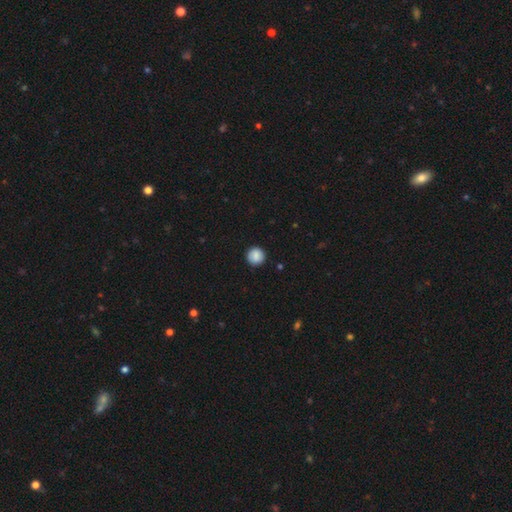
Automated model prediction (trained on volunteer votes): smooth_or_featured: smooth (p=0.87) [alt: star or artifact p=0.08]
how_rounded: round (p=0.95) [alt: in between p=0.04]
merging: none (p=0.90) [alt: minor disturbance p=0.07]